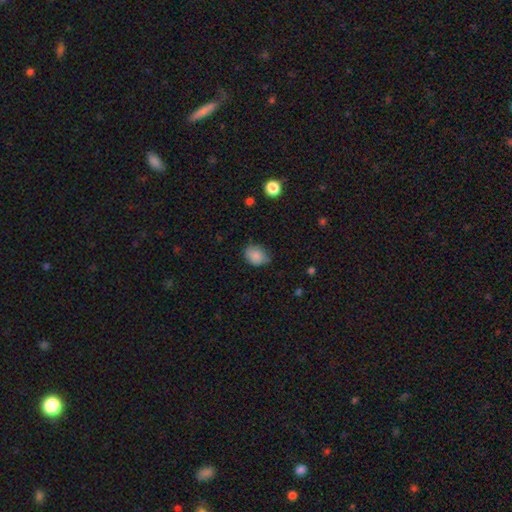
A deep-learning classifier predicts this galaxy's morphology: smooth_or_featured: smooth (p=0.85) [alt: star or artifact p=0.08]
how_rounded: in between (p=0.67) [alt: round p=0.32]
merging: none (p=0.65) [alt: minor disturbance p=0.29]